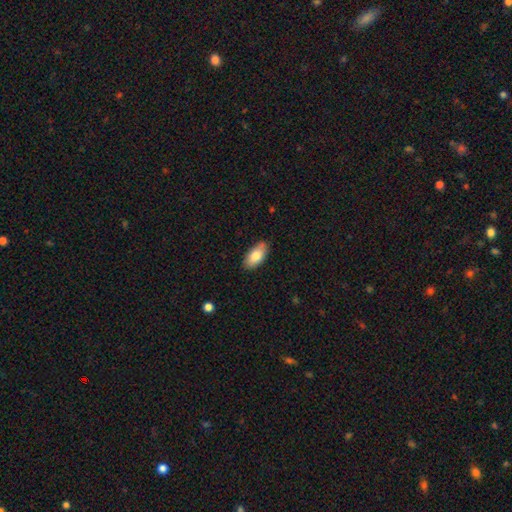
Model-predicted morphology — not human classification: A smooth galaxy with no disk features (81%) that is in between round and cigar-shaped (92%).

Vote fractions:
- Smooth or featured? smooth: 81% / featured or disk: 13% / star or artifact: 6%
- How rounded? in between: 92% / cigar-shaped: 6% / round: 3%
- Merging? none: 85% / minor disturbance: 12% / major disturbance: 2% / merger: 1%